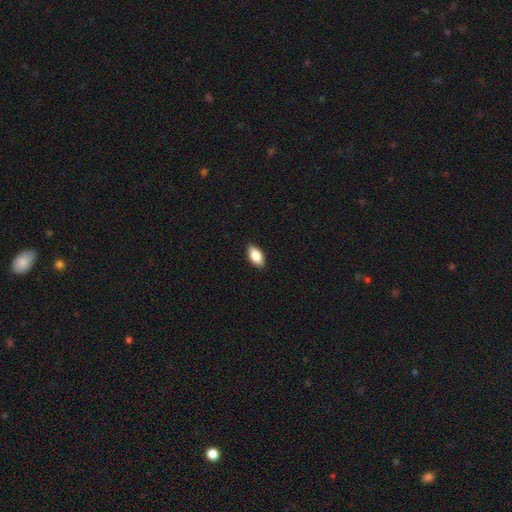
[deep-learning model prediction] Q: Smooth or featured?
A: smooth (83%); runner-up: featured or disk (11%)
Q: How rounded?
A: in between (91%); runner-up: cigar-shaped (6%)
Q: Merging?
A: none (89%); runner-up: minor disturbance (8%)